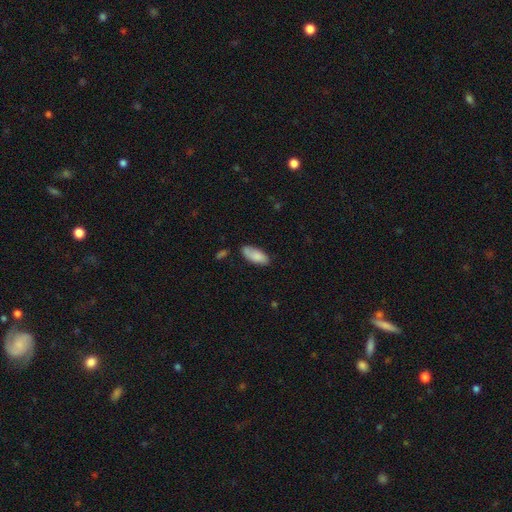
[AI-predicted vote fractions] A smooth galaxy with no disk features (82%) that is in between round and cigar-shaped (86%). Merging: none (71%).